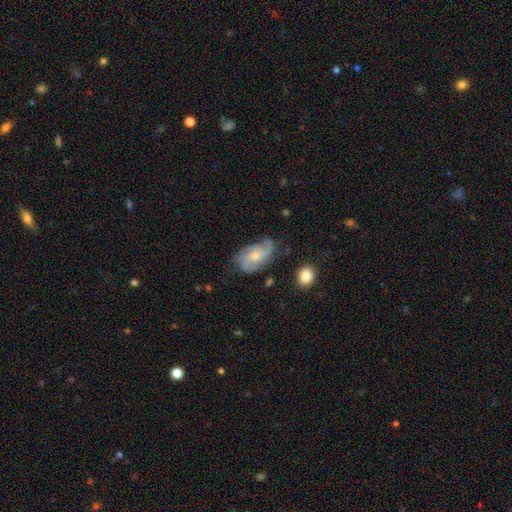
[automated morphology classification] Smooth or featured: featured or disk — 74% (smooth — 19%)
Edge-on disk: no — 96% (yes — 4%)
Bar: no — 66% (weak — 29%)
Spiral arms: yes — 93% (no — 7%)
Spiral winding: medium — 46% (tight — 28%)
Spiral arm count: 3 — 36% (2 — 25%)
Bulge size: small — 49% (moderate — 43%)
Merging: none — 63% (minor disturbance — 24%)